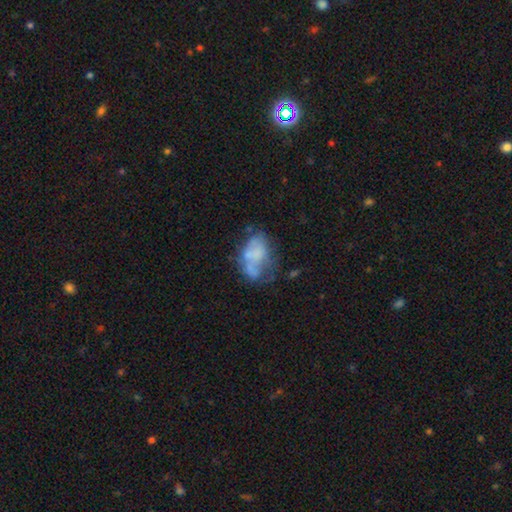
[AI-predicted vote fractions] Morphology: type=featured or disk (45%); merging=none (32%).